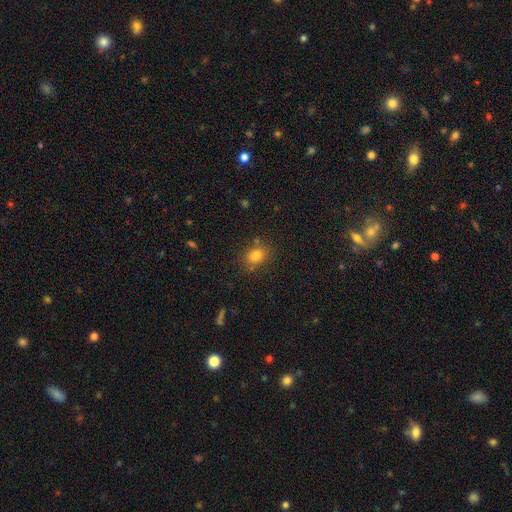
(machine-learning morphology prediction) A smooth galaxy with no disk features (80%) that is in between round and cigar-shaped (50%).

Vote fractions:
- Smooth or featured? smooth: 80% / star or artifact: 12% / featured or disk: 8%
- How rounded? in between: 50% / round: 48% / cigar-shaped: 1%
- Merging? none: 77% / minor disturbance: 13% / merger: 5% / major disturbance: 4%